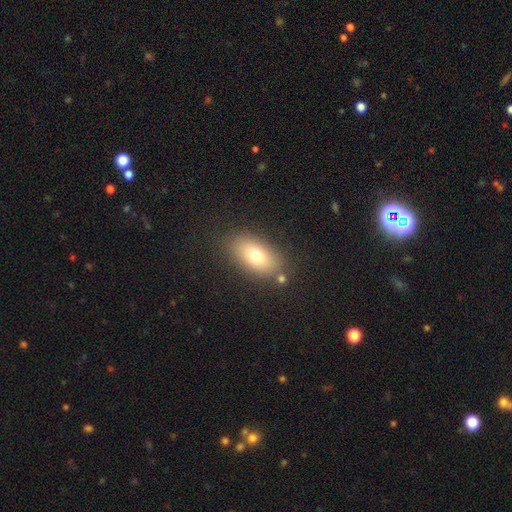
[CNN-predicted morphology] Smooth or featured: smooth — 74% (featured or disk — 16%)
How rounded: in between — 89% (round — 7%)
Merging: none — 79% (minor disturbance — 11%)